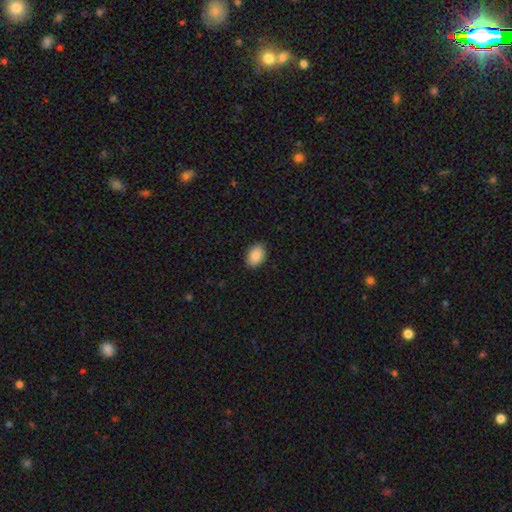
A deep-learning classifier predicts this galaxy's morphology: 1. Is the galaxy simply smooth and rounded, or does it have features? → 89% smooth, 7% star or artifact, 4% featured or disk.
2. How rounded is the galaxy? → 83% in between, 16% round, 1% cigar-shaped.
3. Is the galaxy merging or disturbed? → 89% none, 8% minor disturbance, 2% major disturbance, 1% merger.